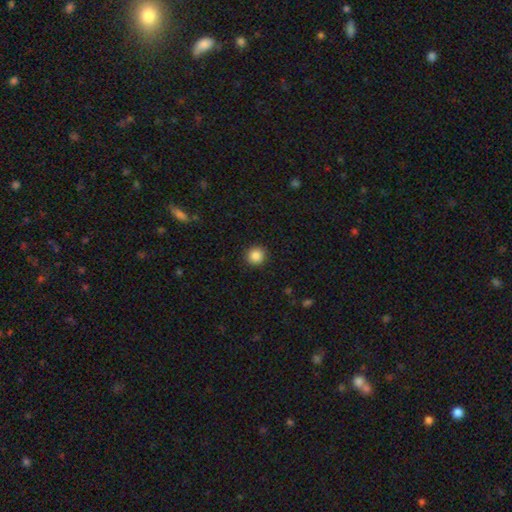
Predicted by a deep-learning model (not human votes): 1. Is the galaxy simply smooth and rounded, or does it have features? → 87% smooth, 10% star or artifact, 3% featured or disk.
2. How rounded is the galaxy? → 94% round, 5% in between, 1% cigar-shaped.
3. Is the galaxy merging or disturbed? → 92% none, 5% minor disturbance, 2% major disturbance, 1% merger.